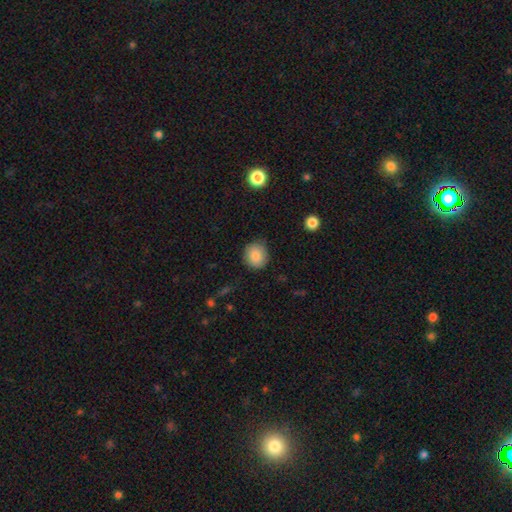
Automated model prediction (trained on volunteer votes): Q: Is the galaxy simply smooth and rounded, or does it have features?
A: smooth — 86%.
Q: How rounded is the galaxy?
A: round — 82%.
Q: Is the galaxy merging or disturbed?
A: none — 83%.